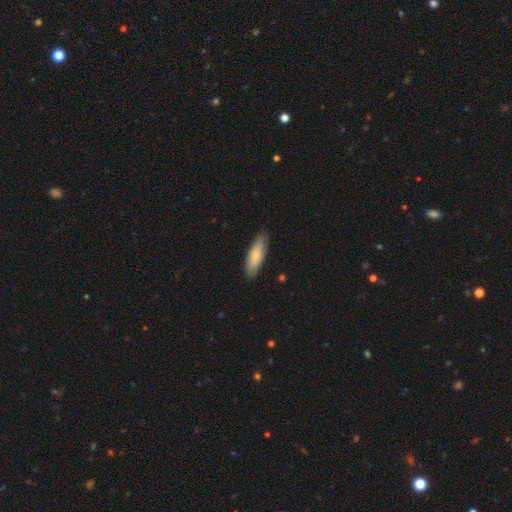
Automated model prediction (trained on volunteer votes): smooth-or-featured: smooth: 77% | featured or disk: 18% | star or artifact: 5%
  how-rounded: in between: 51% | cigar-shaped: 47% | round: 2%
  merging: none: 85% | minor disturbance: 12% | major disturbance: 2% | merger: 1%